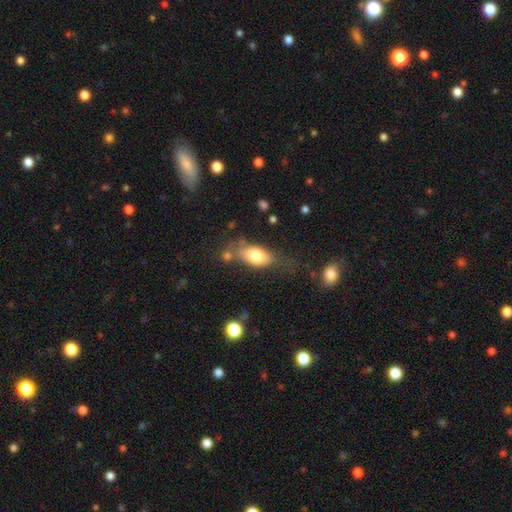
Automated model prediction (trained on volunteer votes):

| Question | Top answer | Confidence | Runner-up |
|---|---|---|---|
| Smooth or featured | smooth | 75% | featured or disk (17%) |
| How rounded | in between | 86% | cigar-shaped (7%) |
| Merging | none | 54% | minor disturbance (25%) |